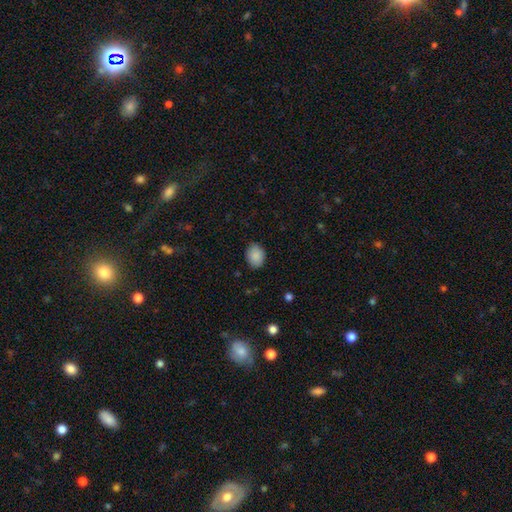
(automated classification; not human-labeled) The model was most divided on "how rounded": in between: 61%, round: 38%, cigar-shaped: 1%. More confident: smooth or featured — smooth (89%); merging — none (85%).